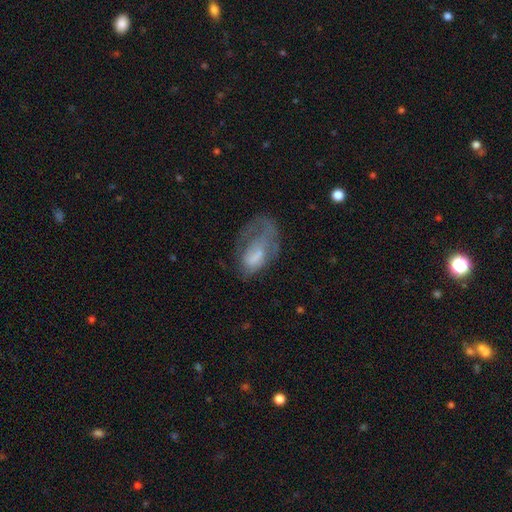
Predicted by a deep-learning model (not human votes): A featured or disk galaxy (48%).

Vote fractions:
- Smooth or featured? featured or disk: 48% / smooth: 44% / star or artifact: 9%
- Merging? major disturbance: 49% / none: 26% / minor disturbance: 22% / merger: 3%